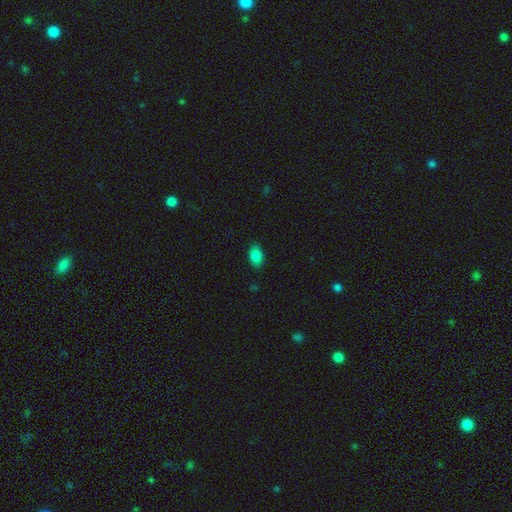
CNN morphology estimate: A smooth galaxy with no disk features (87%) that is in between round and cigar-shaped (90%).

Vote fractions:
- Smooth or featured? smooth: 87% / star or artifact: 9% / featured or disk: 4%
- How rounded? in between: 90% / round: 8% / cigar-shaped: 2%
- Merging? none: 85% / minor disturbance: 12% / major disturbance: 2% / merger: 1%